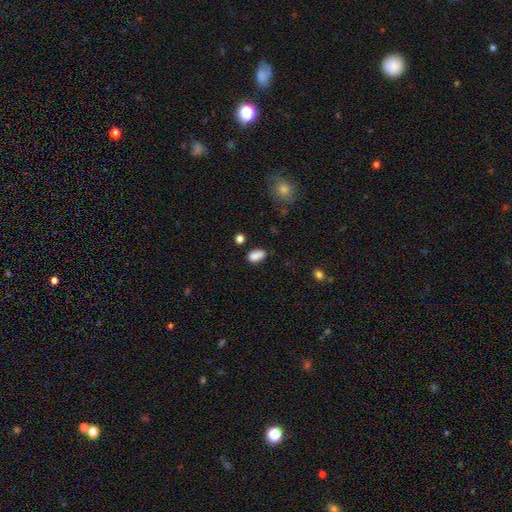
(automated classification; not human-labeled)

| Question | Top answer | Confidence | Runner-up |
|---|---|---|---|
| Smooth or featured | smooth | 85% | star or artifact (9%) |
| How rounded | in between | 89% | round (8%) |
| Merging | none | 64% | minor disturbance (21%) |